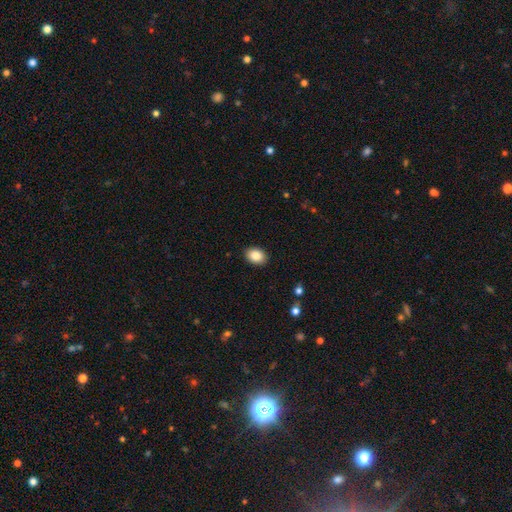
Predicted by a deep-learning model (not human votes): Smooth or featured? Predicted: smooth (p=0.86). How rounded? Predicted: in between (p=0.75). Merging? Predicted: none (p=0.90).